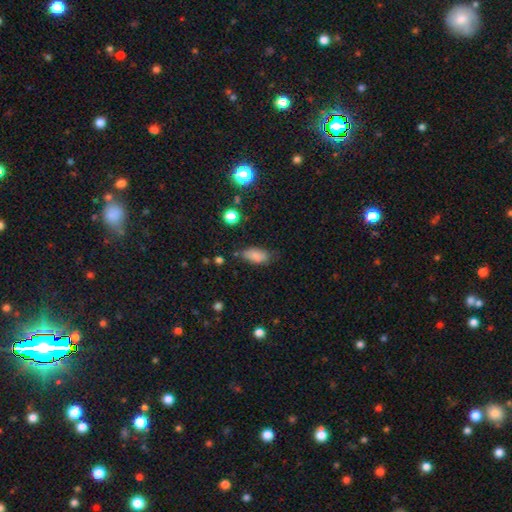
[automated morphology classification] This is clearly a smooth galaxy (82%). How rounded: clearly in between (90%). Merging: likely none (67%).